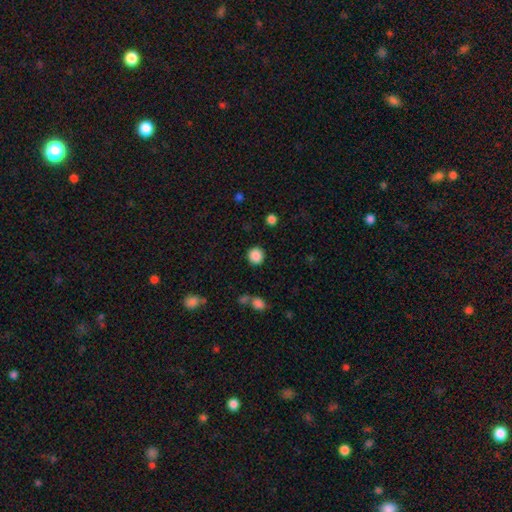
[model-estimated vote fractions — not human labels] Morphology: type=smooth (87%); roundness=round (91%); merging=none (89%).